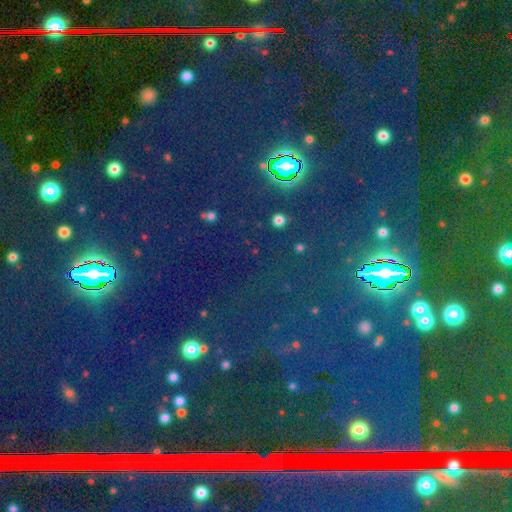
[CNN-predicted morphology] This appears to be a star or artifact, not a galaxy (77%).